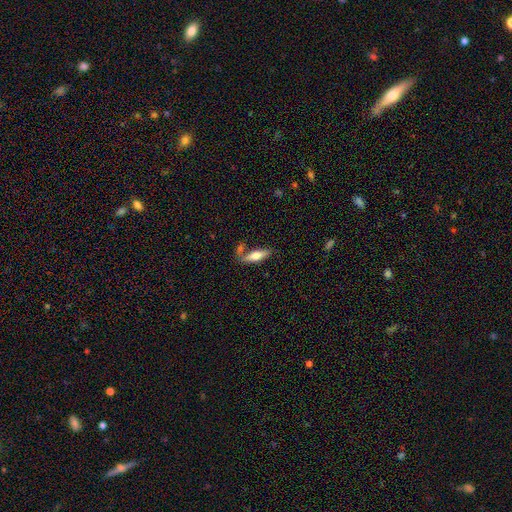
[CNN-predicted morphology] Q: Smooth or featured?
A: smooth (60%); runner-up: featured or disk (34%)
Q: How rounded?
A: cigar-shaped (51%); runner-up: in between (47%)
Q: Merging?
A: none (62%); runner-up: merger (18%)